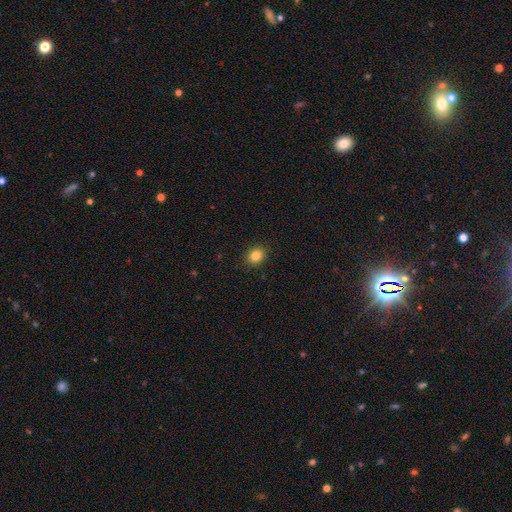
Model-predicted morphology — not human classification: Q: Smooth or featured?
A: smooth (84%); runner-up: star or artifact (11%)
Q: How rounded?
A: round (53%); runner-up: in between (46%)
Q: Merging?
A: none (90%); runner-up: minor disturbance (7%)